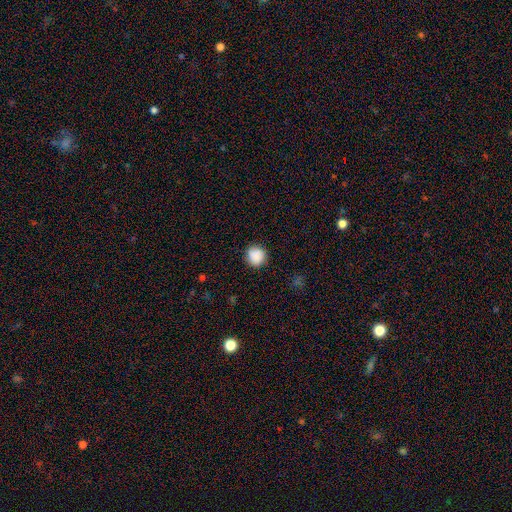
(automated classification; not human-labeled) Smooth or featured? smooth (88%)
How rounded? round (92%)
Merging? none (88%)